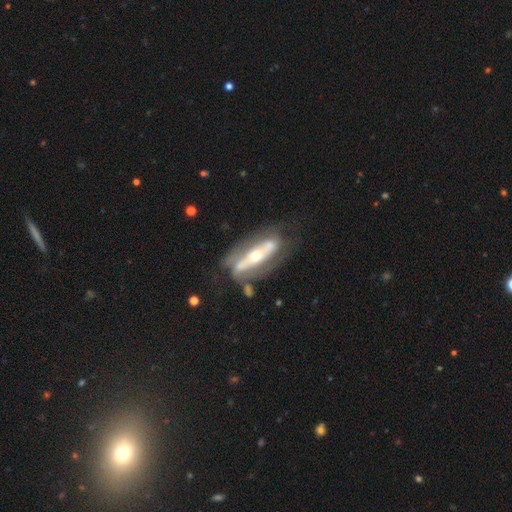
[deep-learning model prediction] Q: Smooth or featured?
A: featured or disk (77%); runner-up: smooth (18%)
Q: Edge-on disk?
A: no (73%); runner-up: yes (27%)
Q: Bar?
A: strong (55%); runner-up: no (31%)
Q: Spiral arms?
A: yes (57%); runner-up: no (43%)
Q: Bulge size?
A: moderate (54%); runner-up: small (39%)
Q: Merging?
A: none (58%); runner-up: minor disturbance (20%)